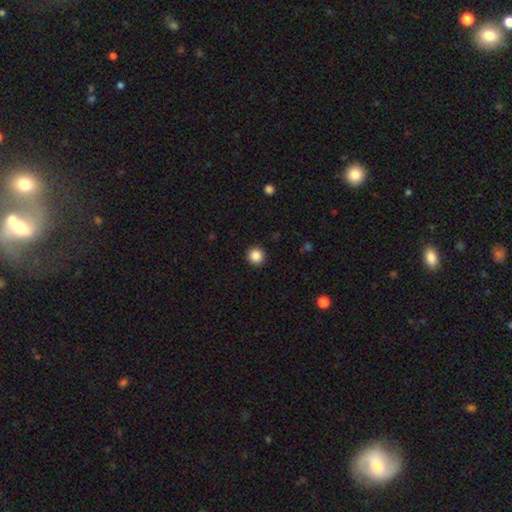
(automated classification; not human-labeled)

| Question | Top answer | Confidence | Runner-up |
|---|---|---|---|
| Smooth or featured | smooth | 87% | star or artifact (10%) |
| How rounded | round | 95% | in between (4%) |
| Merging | none | 93% | minor disturbance (4%) |